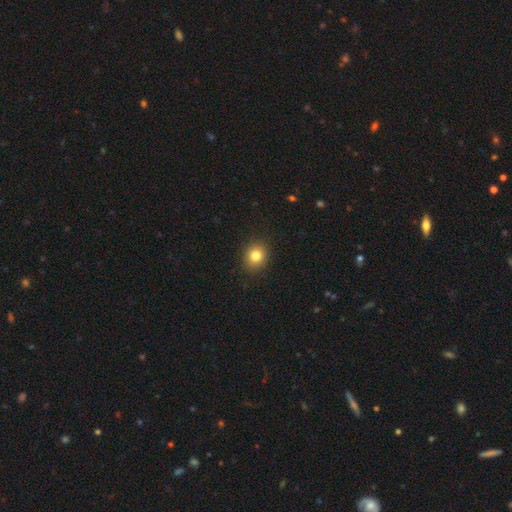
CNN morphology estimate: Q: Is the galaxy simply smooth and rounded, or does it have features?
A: smooth — 82%.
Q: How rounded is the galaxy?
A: round — 73%.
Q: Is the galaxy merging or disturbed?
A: none — 90%.